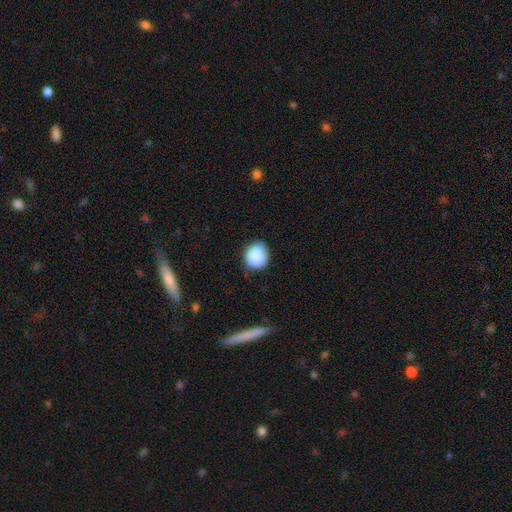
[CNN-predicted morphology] smooth 88%, star or artifact 7%, featured or disk 5%. Down the decision tree: how rounded — round (77%); merging — none (77%).